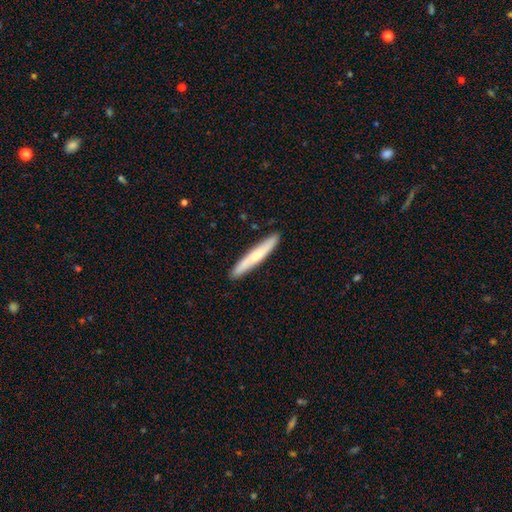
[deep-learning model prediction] Q: Smooth or featured?
A: smooth (61%); runner-up: featured or disk (34%)
Q: How rounded?
A: cigar-shaped (95%); runner-up: in between (4%)
Q: Merging?
A: none (90%); runner-up: minor disturbance (7%)